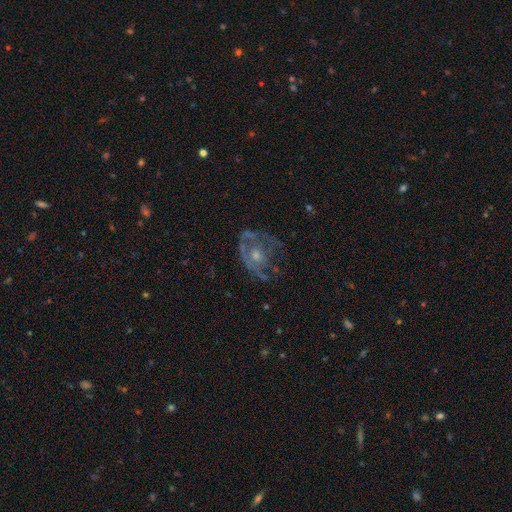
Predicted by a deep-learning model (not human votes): Q: Smooth or featured?
A: featured or disk (69%); runner-up: smooth (21%)
Q: Edge-on disk?
A: no (97%); runner-up: yes (3%)
Q: Bar?
A: no (84%); runner-up: weak (14%)
Q: Spiral arms?
A: no (52%); runner-up: yes (48%)
Q: Bulge size?
A: small (47%); runner-up: moderate (44%)
Q: Merging?
A: none (45%); runner-up: major disturbance (30%)